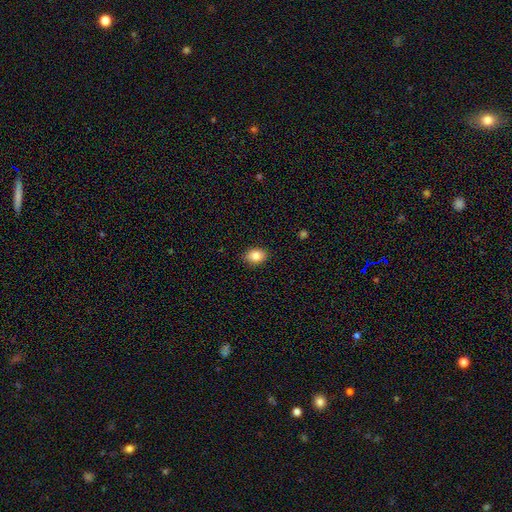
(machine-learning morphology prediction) A smooth galaxy with no disk features (86%) that is in between round and cigar-shaped (67%).

Vote fractions:
- Smooth or featured? smooth: 86% / star or artifact: 8% / featured or disk: 5%
- How rounded? in between: 67% / round: 32% / cigar-shaped: 1%
- Merging? none: 89% / minor disturbance: 8% / major disturbance: 2% / merger: 1%